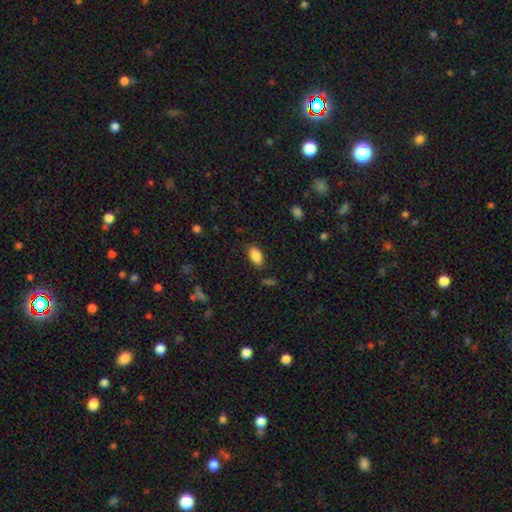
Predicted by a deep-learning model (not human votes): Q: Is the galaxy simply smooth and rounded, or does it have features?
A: smooth — 88%.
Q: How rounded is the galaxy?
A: in between — 92%.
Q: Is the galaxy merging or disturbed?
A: none — 84%.